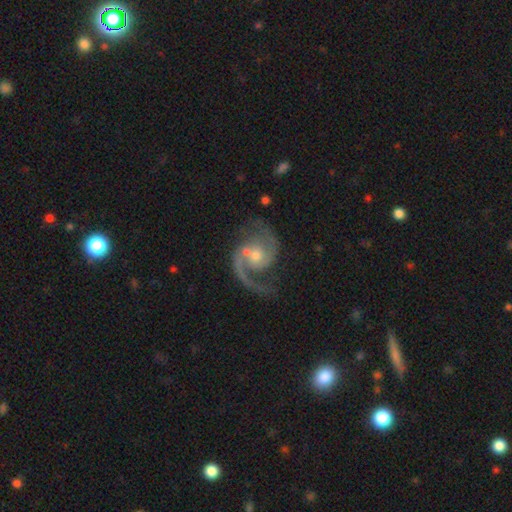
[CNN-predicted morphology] A featured or disk galaxy (92%) with no bar (56%), 2 (91%) medium (61%) spiral arms (98%) and a small central bulge (49%).

Vote fractions:
- Smooth or featured? featured or disk: 92% / star or artifact: 5% / smooth: 3%
- Edge-on disk? no: 98% / yes: 2%
- Bar? no: 56% / weak: 36% / strong: 9%
- Spiral arms? yes: 98% / no: 2%
- Spiral winding? medium: 61% / loose: 22% / tight: 17%
- Spiral arm count? 2: 91% / 1: 4% / can't tell: 2% / 3: 2% / 4: 1% / more than 4: 1%
- Bulge size? small: 49% / moderate: 45% / none: 3% / large: 2% / dominant: 1%
- Merging? none: 73% / minor disturbance: 15% / major disturbance: 8% / merger: 4%